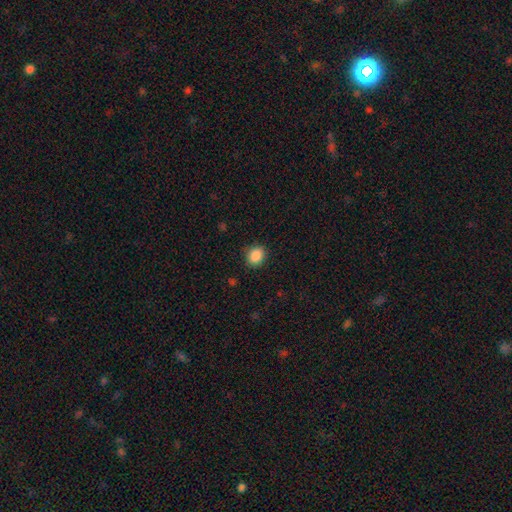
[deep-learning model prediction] A smooth galaxy with no disk features (88%) that is round (68%). Merging: none (86%).